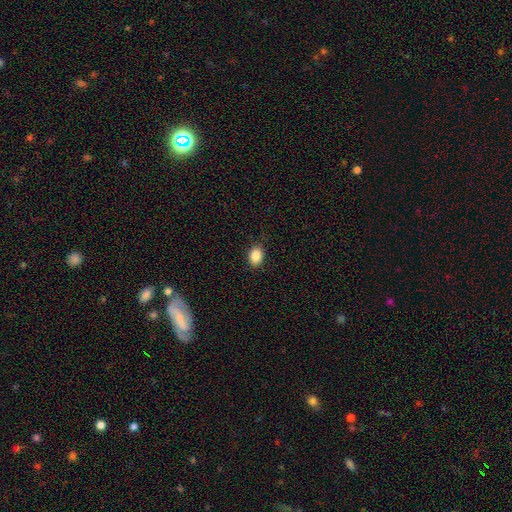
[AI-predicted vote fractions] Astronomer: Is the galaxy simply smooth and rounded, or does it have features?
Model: smooth — 87%.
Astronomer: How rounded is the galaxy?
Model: in between — 74%.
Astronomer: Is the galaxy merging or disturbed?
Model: none — 87%.